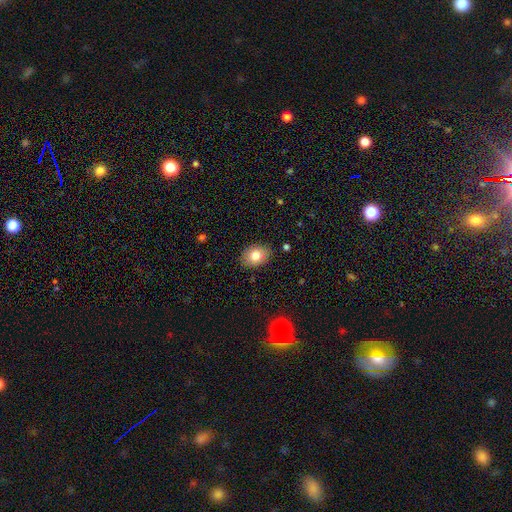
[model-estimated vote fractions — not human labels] Smooth or featured? smooth (80%)
How rounded? in between (71%)
Merging? none (86%)